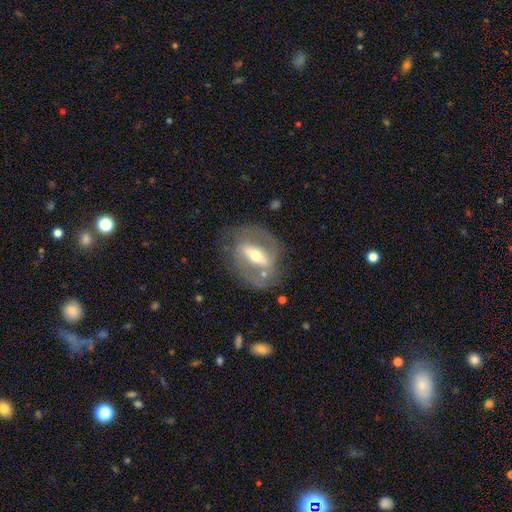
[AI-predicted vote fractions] featured or disk 81%, smooth 14%, star or artifact 6%. Down the decision tree: edge-on disk — no (90%); bar — strong (65%); spiral arms — yes (74%); spiral arm count — 2 (81%); spiral winding — medium (48%); bulge size — moderate (61%); merging — none (71%).